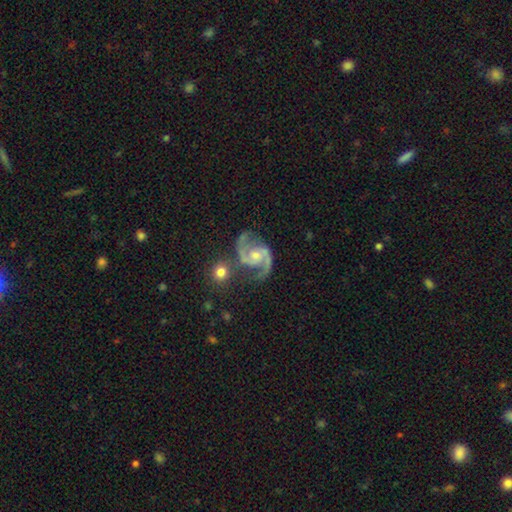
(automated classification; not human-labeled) This appears to be a featured or disk galaxy (92%) with no bar (57%), 2 (93%) medium (64%) spiral arms (98%) and a moderate central bulge (49%). Merging: none (70%).